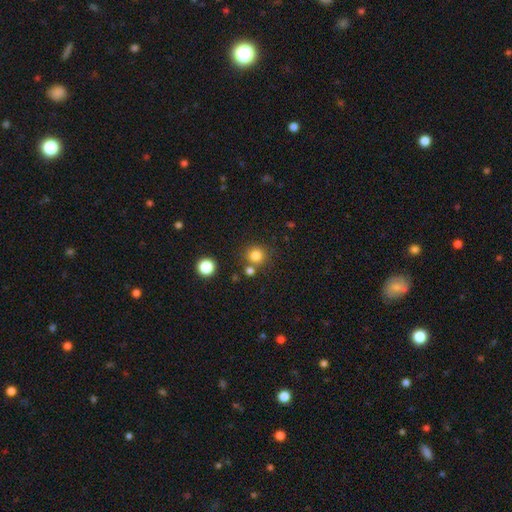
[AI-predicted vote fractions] smooth_or_featured: smooth (p=0.81) [alt: star or artifact p=0.14]
how_rounded: round (p=0.90) [alt: in between p=0.09]
merging: none (p=0.74) [alt: merger p=0.14]